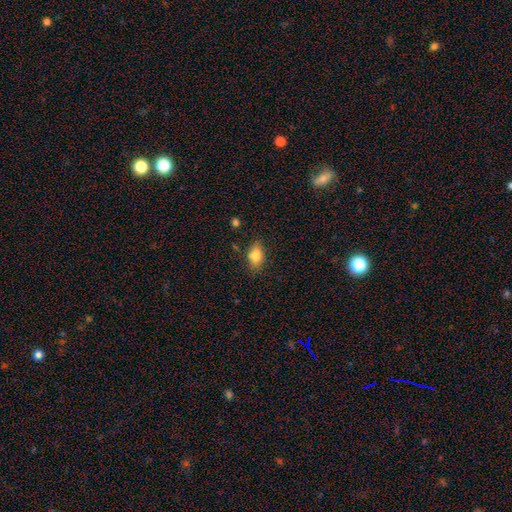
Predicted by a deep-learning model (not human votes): Morphology: type=smooth (77%); roundness=in between (82%); merging=none (73%).